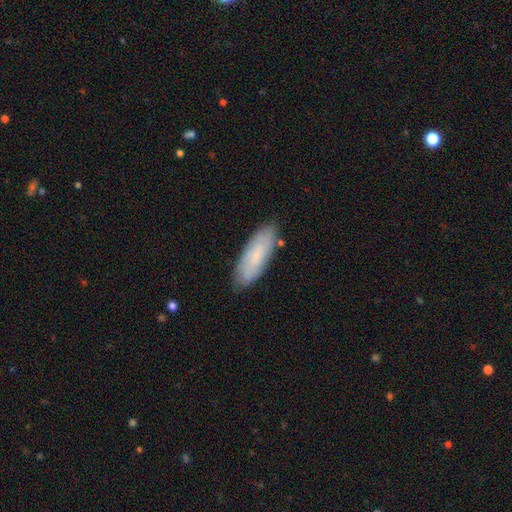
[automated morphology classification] Smooth or featured? smooth (68%)
How rounded? in between (60%)
Merging? none (82%)